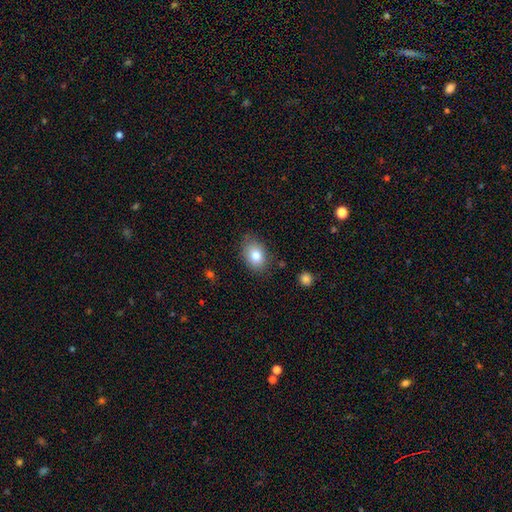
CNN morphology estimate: This appears to be a smooth galaxy with no disk features (81%) that is in between round and cigar-shaped (78%). Merging: none (78%).